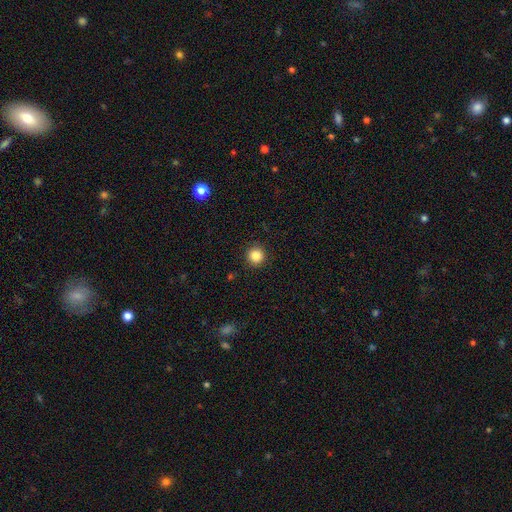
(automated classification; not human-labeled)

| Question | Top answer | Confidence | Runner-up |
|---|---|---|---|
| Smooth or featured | smooth | 85% | star or artifact (11%) |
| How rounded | round | 95% | in between (4%) |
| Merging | none | 92% | minor disturbance (5%) |